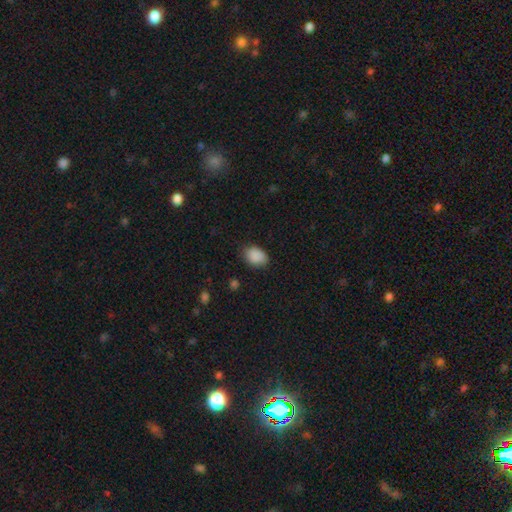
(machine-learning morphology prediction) This appears to be a smooth galaxy with no disk features (89%) that is in between round and cigar-shaped (78%). Merging: none (79%).